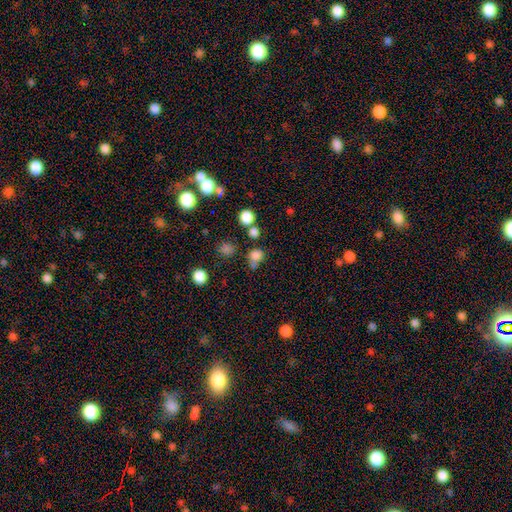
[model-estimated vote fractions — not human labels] Smooth or featured? Predicted: smooth (p=0.76). How rounded? Predicted: round (p=0.77). Merging? Predicted: none (p=0.54).